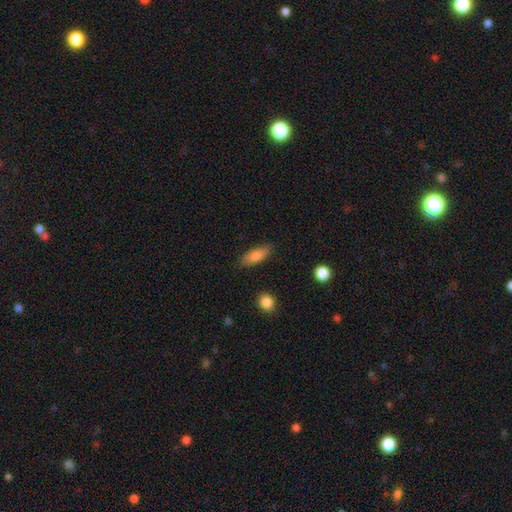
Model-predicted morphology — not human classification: smooth 80%, featured or disk 13%, star or artifact 7%. Down the decision tree: how rounded — in between (67%); merging — none (85%).